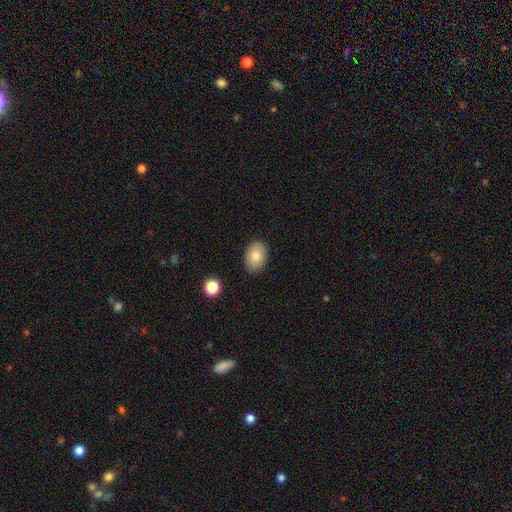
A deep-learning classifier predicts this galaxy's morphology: This appears to be a smooth galaxy with no disk features (80%) that is in between round and cigar-shaped (75%). Merging: none (88%).